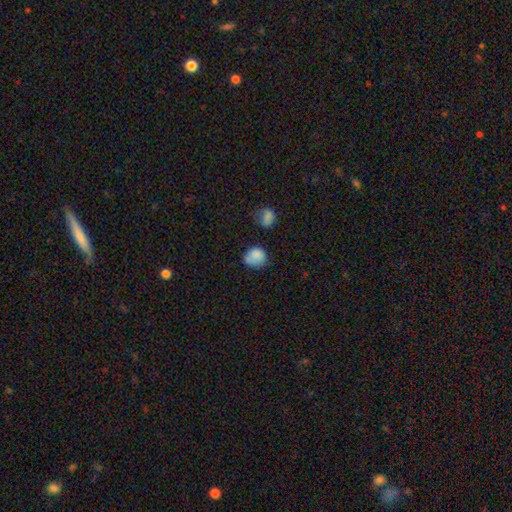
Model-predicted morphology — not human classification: This appears to be a smooth galaxy with no disk features (83%) that is round (67%). Merging: none (53%).